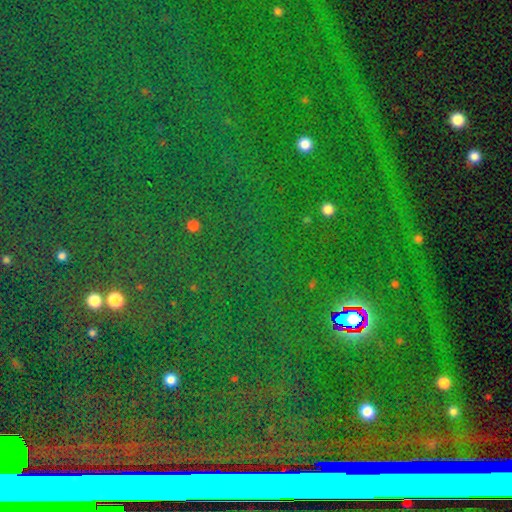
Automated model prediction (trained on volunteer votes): star or artifact 84%, smooth 10%, featured or disk 7%.